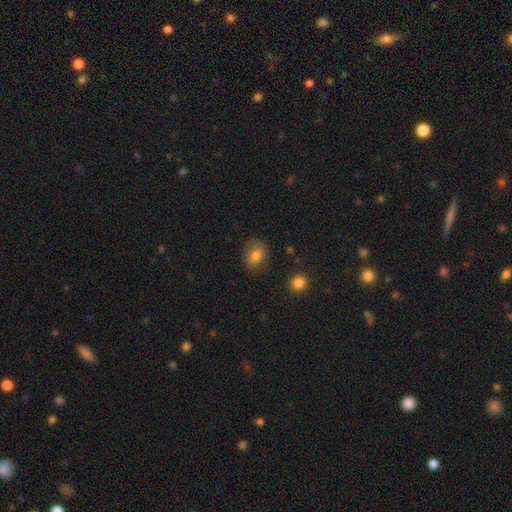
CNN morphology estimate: Smooth or featured? Predicted: smooth (p=0.78). How rounded? Predicted: in between (p=0.66). Merging? Predicted: none (p=0.76).